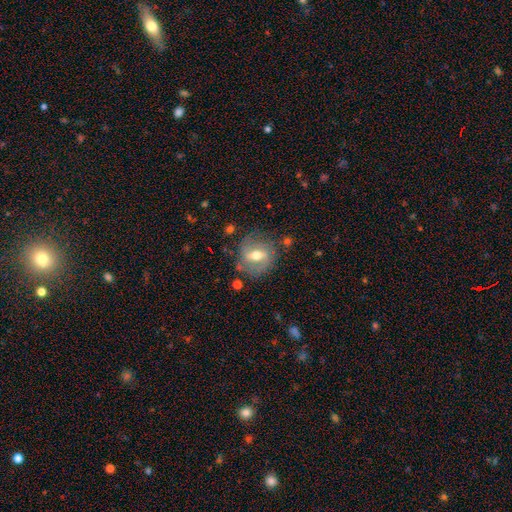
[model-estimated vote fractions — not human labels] The model was most divided on "bar": weak: 44%, strong: 40%, no: 16%. More confident: edge-on disk — no (93%); bulge size — moderate (72%); merging — none (71%); spiral arms — yes (70%); smooth or featured — featured or disk (67%).